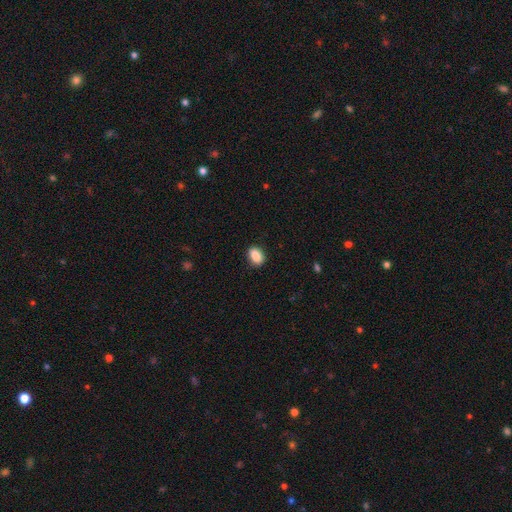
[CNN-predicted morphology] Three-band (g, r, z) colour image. It shows a smooth galaxy with no disk features (88%) that is in between round and cigar-shaped (80%). Merging: none (88%).